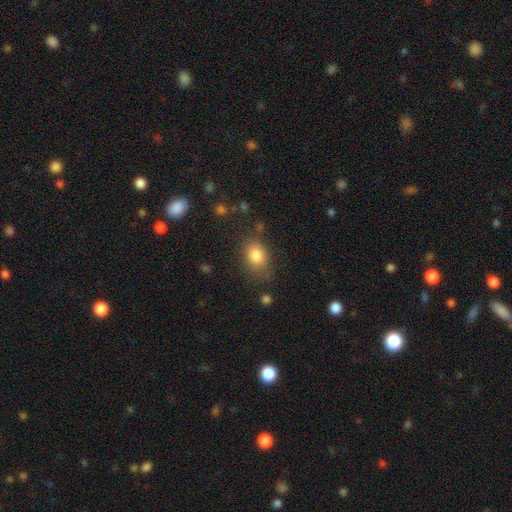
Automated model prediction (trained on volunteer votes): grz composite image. It shows a smooth galaxy with no disk features (82%) that is in between round and cigar-shaped (64%). Merging: none (76%).